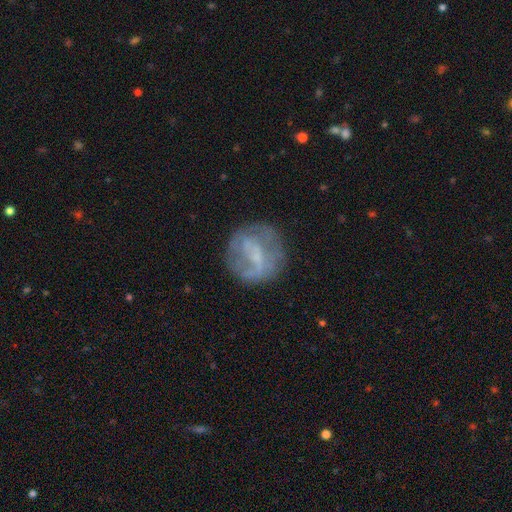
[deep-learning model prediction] A featured or disk galaxy (56%) with a weak bar (41%), no spiral arms (55%) and a small central bulge (51%).

Vote fractions:
- Smooth or featured? featured or disk: 56% / smooth: 34% / star or artifact: 10%
- Edge-on disk? no: 96% / yes: 4%
- Bar? weak: 41% / no: 38% / strong: 21%
- Spiral arms? no: 55% / yes: 45%
- Bulge size? small: 51% / none: 30% / moderate: 16% / large: 2% / dominant: 1%
- Merging? none: 69% / minor disturbance: 17% / major disturbance: 12% / merger: 2%